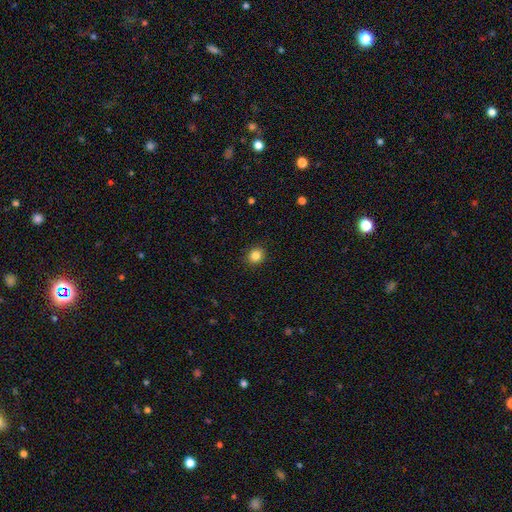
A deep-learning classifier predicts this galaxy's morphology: smooth 84%, star or artifact 11%, featured or disk 5%. Down the decision tree: how rounded — round (82%); merging — none (91%).